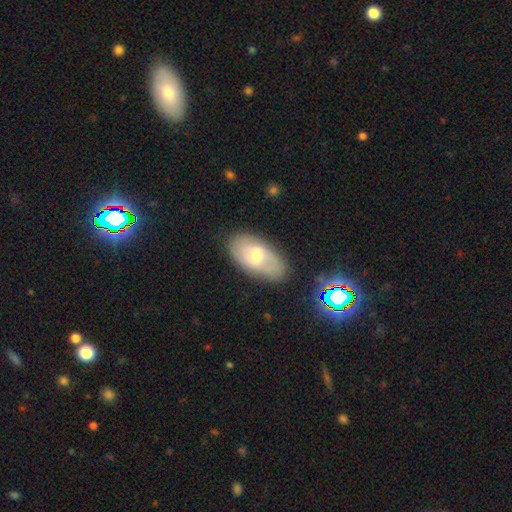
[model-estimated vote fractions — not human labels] Smooth or featured?
  - smooth: 48% *
  - featured or disk: 43%
  - star or artifact: 9%
Merging?
  - none: 80% *
  - minor disturbance: 14%
  - major disturbance: 4%
  - merger: 2%